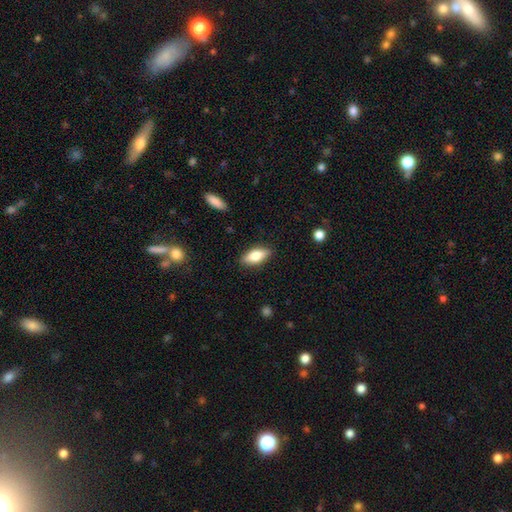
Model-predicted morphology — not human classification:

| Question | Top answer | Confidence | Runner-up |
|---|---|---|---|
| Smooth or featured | smooth | 74% | featured or disk (20%) |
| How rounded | in between | 82% | cigar-shaped (15%) |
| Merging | none | 87% | minor disturbance (10%) |